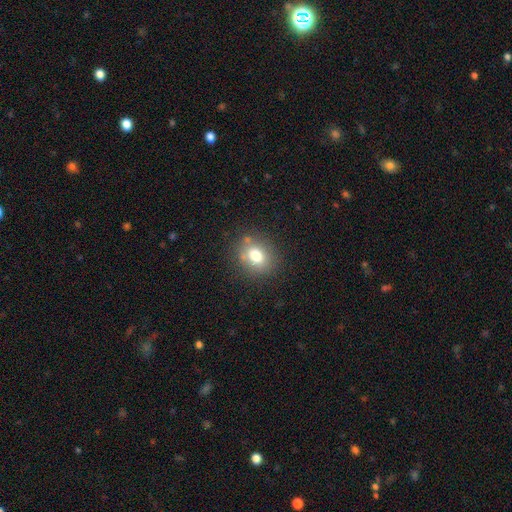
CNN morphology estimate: This appears to be a smooth galaxy with no disk features (76%) that is round (60%). Merging: none (77%).